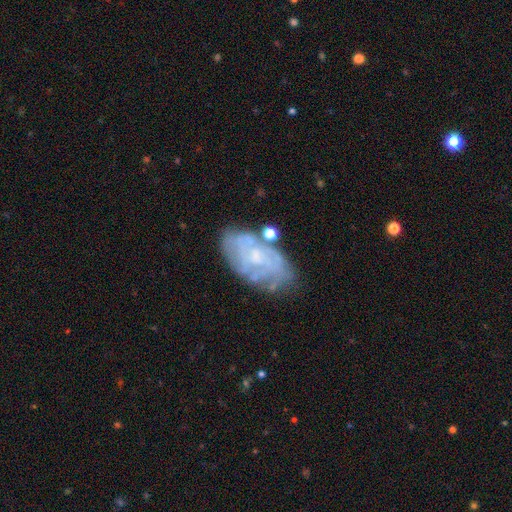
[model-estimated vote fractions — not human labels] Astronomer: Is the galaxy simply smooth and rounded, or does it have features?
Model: featured or disk — 68%.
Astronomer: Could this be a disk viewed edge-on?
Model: no — 95%.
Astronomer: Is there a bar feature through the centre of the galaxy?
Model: no — 73%.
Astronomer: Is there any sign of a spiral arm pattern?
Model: yes — 67%.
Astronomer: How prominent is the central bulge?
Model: small — 55%.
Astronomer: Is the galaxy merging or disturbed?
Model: none — 64%.